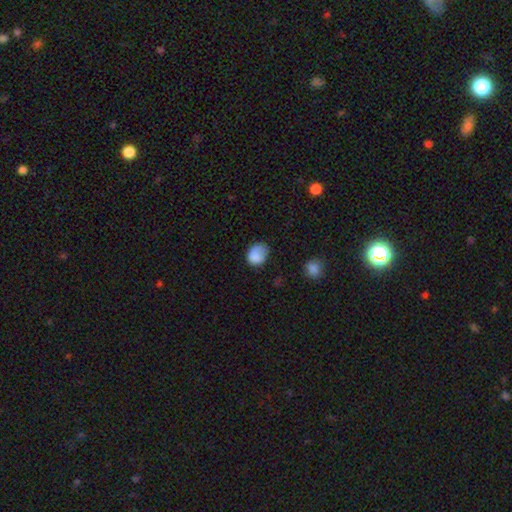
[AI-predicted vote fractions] The model was most divided on "how rounded": in between: 57%, round: 42%, cigar-shaped: 1%. More confident: smooth or featured — smooth (84%); merging — none (54%).